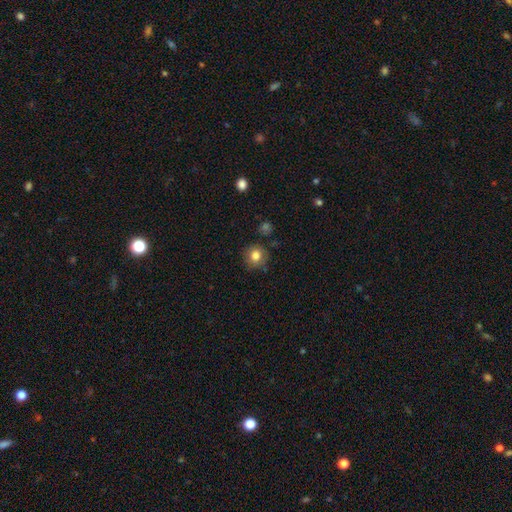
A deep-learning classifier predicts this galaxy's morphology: A smooth galaxy with no disk features (81%) that is round (90%).

Vote fractions:
- Smooth or featured? smooth: 81% / star or artifact: 11% / featured or disk: 9%
- How rounded? round: 90% / in between: 9% / cigar-shaped: 1%
- Merging? none: 82% / minor disturbance: 12% / major disturbance: 3% / merger: 2%